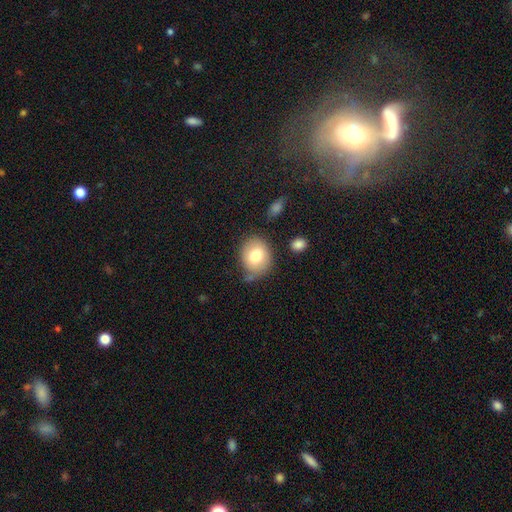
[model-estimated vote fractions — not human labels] Morphology: type=smooth (77%); roundness=round (61%); merging=none (62%).